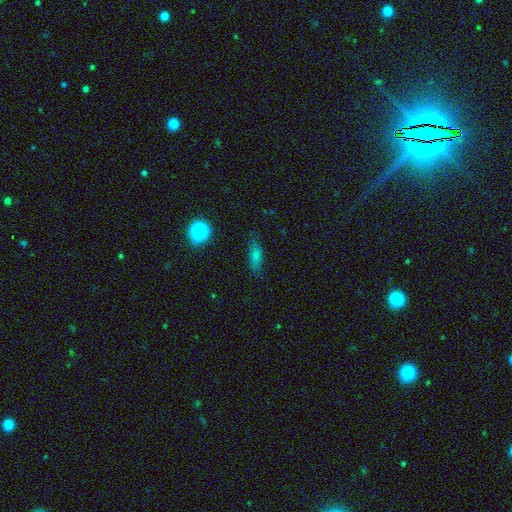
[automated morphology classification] smooth-or-featured: smooth: 75% | featured or disk: 12% | star or artifact: 12%
  how-rounded: in between: 65% | cigar-shaped: 31% | round: 5%
  merging: none: 78% | minor disturbance: 16% | major disturbance: 4% | merger: 2%